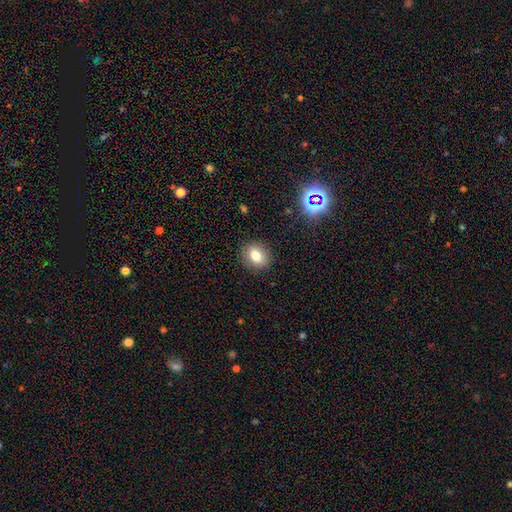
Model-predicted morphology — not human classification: This appears to be a smooth galaxy with no disk features (77%) that is round (55%). Merging: none (88%).